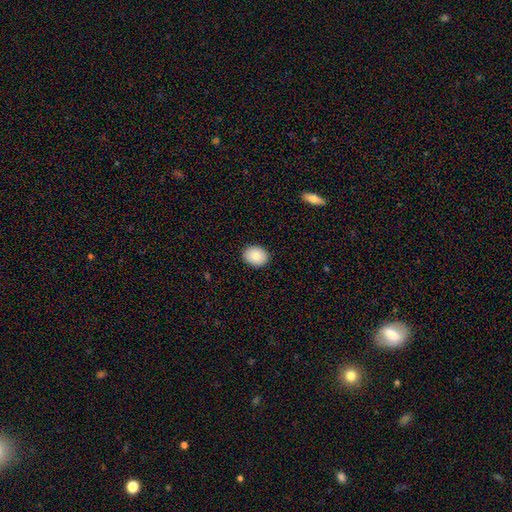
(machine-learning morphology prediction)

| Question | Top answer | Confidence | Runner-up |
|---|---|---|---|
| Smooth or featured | smooth | 83% | featured or disk (10%) |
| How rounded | in between | 61% | round (38%) |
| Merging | none | 90% | minor disturbance (7%) |